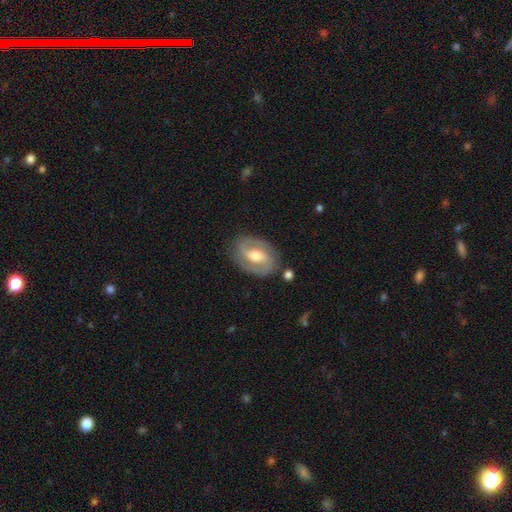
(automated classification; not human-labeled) Morphology: type=featured or disk (81%); edge-on=no (96%); bar=weak (43%); spiral arms=yes (90%); winding=medium (50%); arm count=2 (90%); bulge=moderate (71%); merging=none (82%).